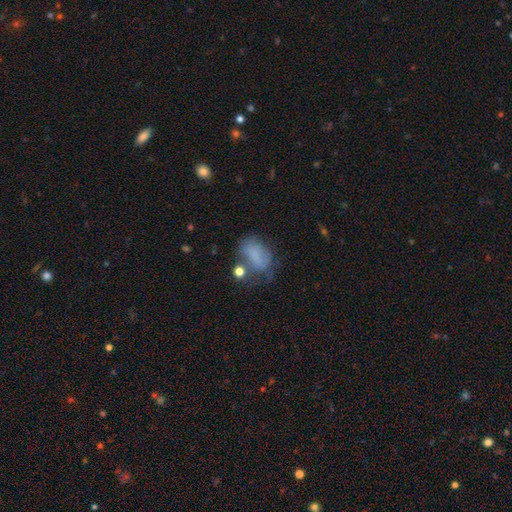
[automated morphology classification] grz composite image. It shows a smooth galaxy with no disk features (69%) that is in between round and cigar-shaped (80%). Merging: none (40%).